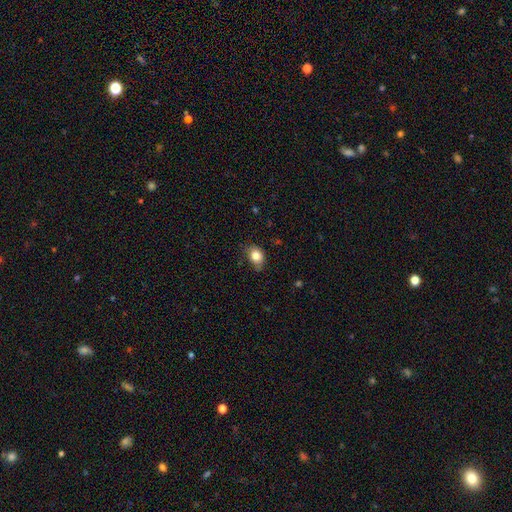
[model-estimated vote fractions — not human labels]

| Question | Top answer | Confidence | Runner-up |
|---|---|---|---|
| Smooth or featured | smooth | 82% | star or artifact (10%) |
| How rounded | in between | 59% | round (40%) |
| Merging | none | 60% | minor disturbance (32%) |